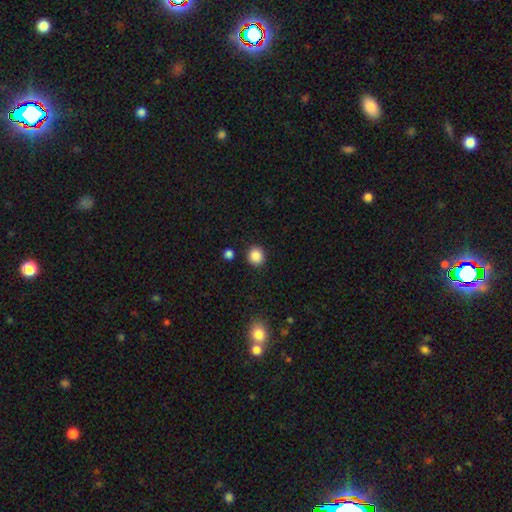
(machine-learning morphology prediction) This is clearly a smooth galaxy (87%). How rounded: clearly round (88%). Merging: clearly none (88%).